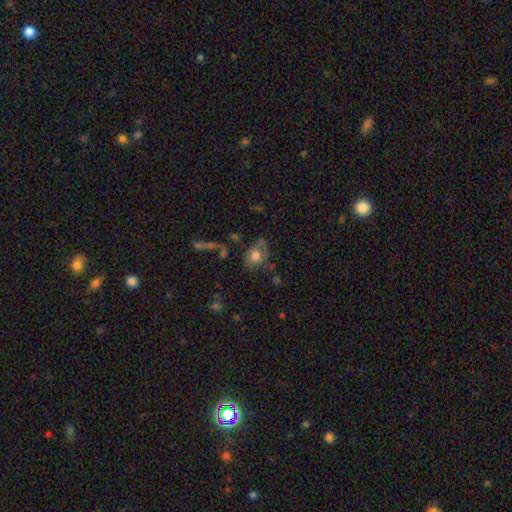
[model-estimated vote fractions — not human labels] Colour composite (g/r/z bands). It shows a smooth galaxy with no disk features (64%) that is in between round and cigar-shaped (57%). Merging: none (52%).